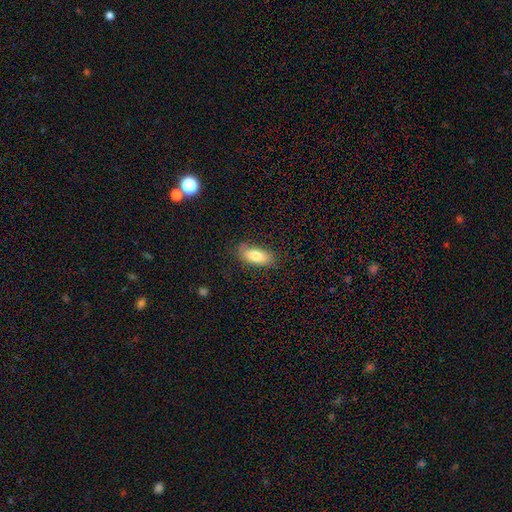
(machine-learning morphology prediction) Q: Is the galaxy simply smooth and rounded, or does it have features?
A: smooth — 79%.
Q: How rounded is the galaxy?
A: in between — 85%.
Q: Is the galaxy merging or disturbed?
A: none — 78%.